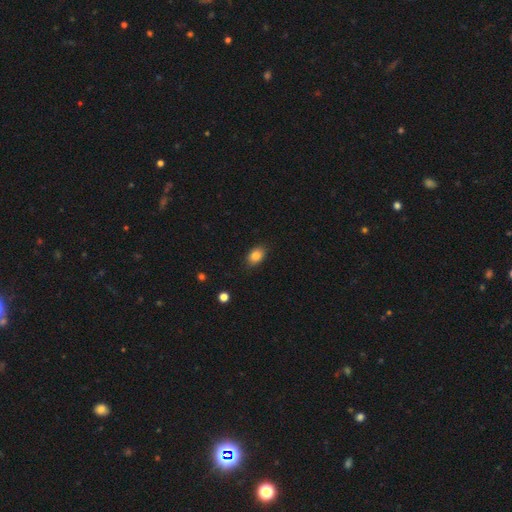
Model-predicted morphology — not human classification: A smooth galaxy with no disk features (84%) that is in between round and cigar-shaped (80%). Merging: none (85%).